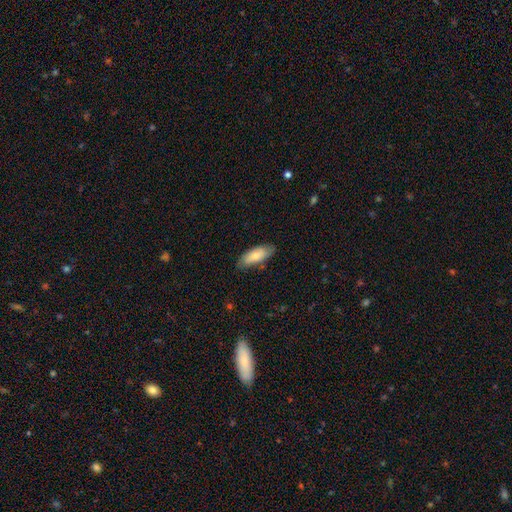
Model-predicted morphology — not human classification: Smooth or featured? smooth (71%)
How rounded? in between (77%)
Merging? none (78%)